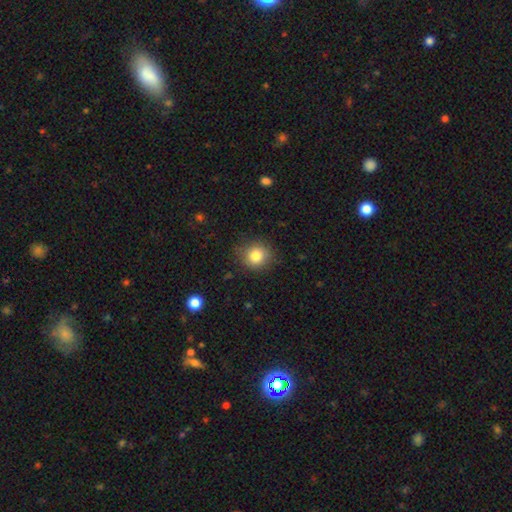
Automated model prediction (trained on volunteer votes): smooth-or-featured: smooth: 82% | star or artifact: 11% | featured or disk: 7%
  how-rounded: round: 85% | in between: 14% | cigar-shaped: 1%
  merging: none: 85% | minor disturbance: 11% | major disturbance: 3% | merger: 1%